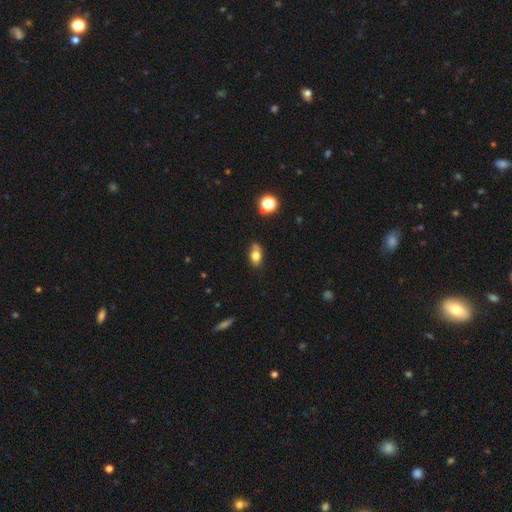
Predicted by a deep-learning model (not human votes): Smooth or featured: smooth — 74% (featured or disk — 15%)
How rounded: in between — 80% (round — 16%)
Merging: none — 60% (minor disturbance — 26%)